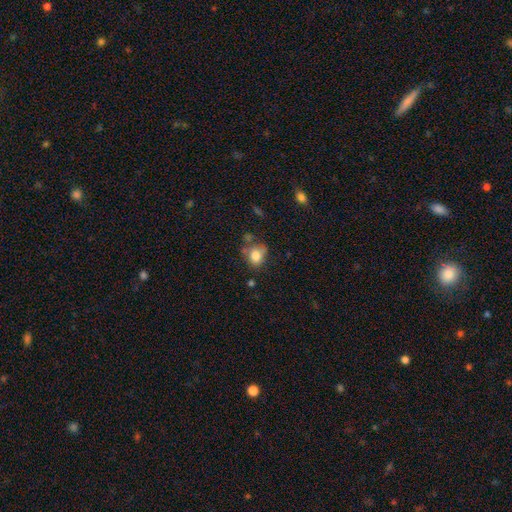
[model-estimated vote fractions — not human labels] Smooth or featured: smooth — 78% (featured or disk — 12%)
How rounded: round — 55% (in between — 44%)
Merging: none — 53% (minor disturbance — 25%)